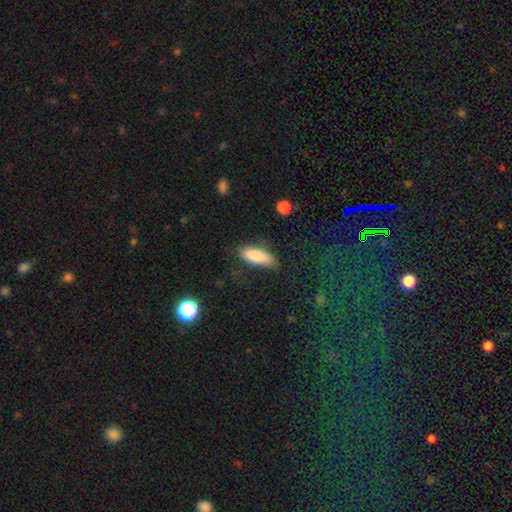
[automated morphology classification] smooth_or_featured: smooth (p=0.83) [alt: featured or disk p=0.11]
how_rounded: in between (p=0.65) [alt: cigar-shaped p=0.32]
merging: none (p=0.67) [alt: minor disturbance p=0.23]